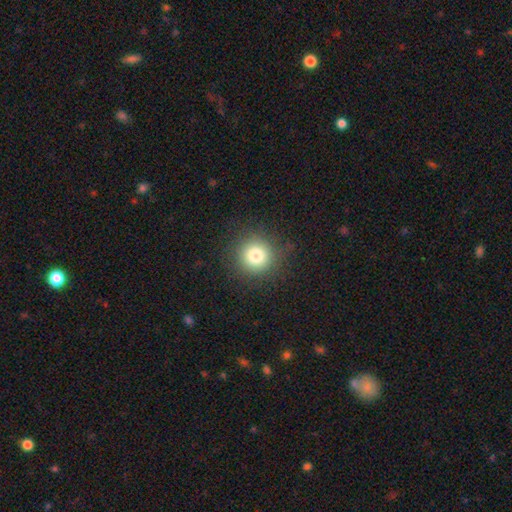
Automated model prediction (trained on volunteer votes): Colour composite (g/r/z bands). It shows a smooth galaxy with no disk features (79%) that is round (94%). Merging: none (88%).